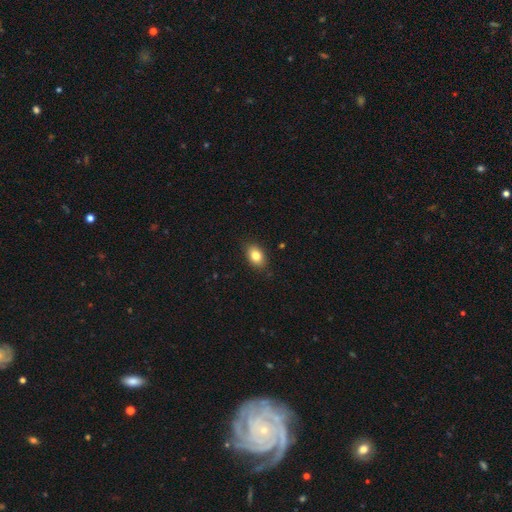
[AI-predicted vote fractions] Morphology: type=smooth (82%); roundness=in between (83%); merging=none (86%).